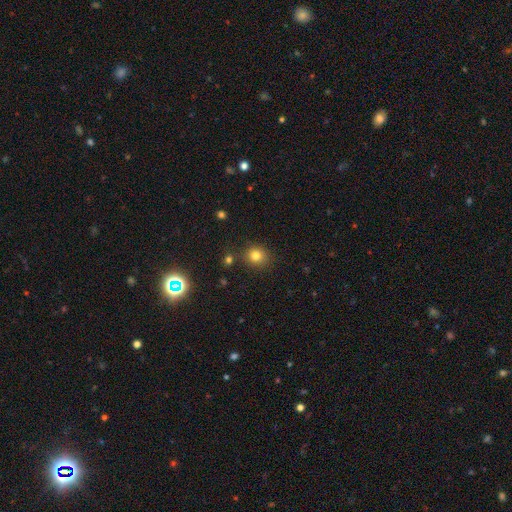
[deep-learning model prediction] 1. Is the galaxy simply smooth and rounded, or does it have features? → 78% smooth, 15% star or artifact, 7% featured or disk.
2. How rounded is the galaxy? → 82% round, 17% in between, 1% cigar-shaped.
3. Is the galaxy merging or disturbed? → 83% none, 9% minor disturbance, 5% merger, 3% major disturbance.